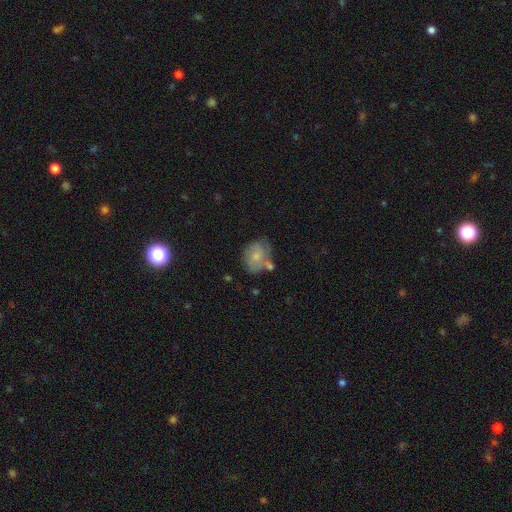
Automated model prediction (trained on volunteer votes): This is likely a smooth galaxy (62%). How rounded: possibly in between (53%). Merging: possibly none (51%).